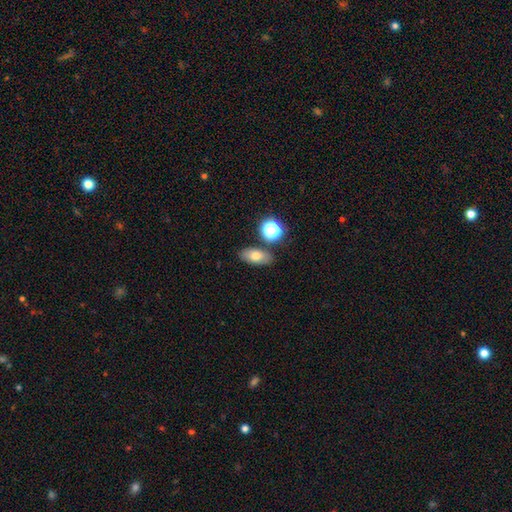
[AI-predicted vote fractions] A smooth galaxy with no disk features (71%) that is in between round and cigar-shaped (83%). Merging: none (78%).